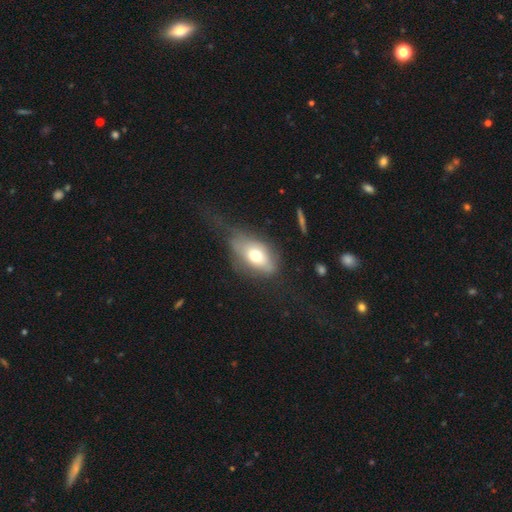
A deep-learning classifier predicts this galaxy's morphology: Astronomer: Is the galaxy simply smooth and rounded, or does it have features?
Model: smooth — 64%.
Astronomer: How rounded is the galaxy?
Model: in between — 86%.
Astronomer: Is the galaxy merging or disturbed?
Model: none — 35% (runner-up: major disturbance, 32%).